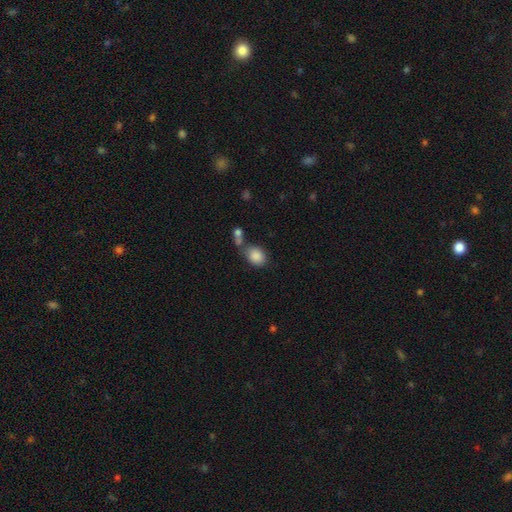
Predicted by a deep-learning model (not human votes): smooth 87%, star or artifact 8%, featured or disk 5%. Down the decision tree: how rounded — in between (62%); merging — none (53%).